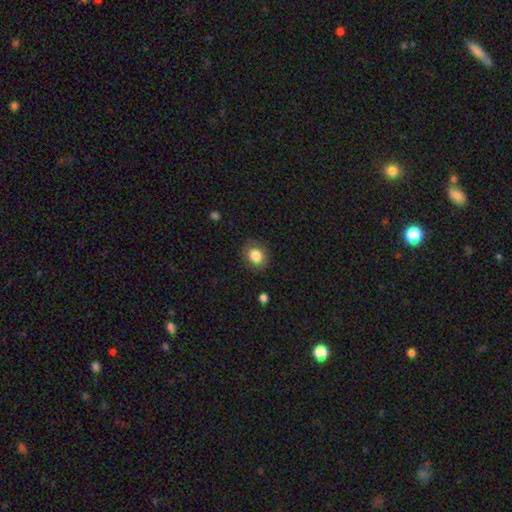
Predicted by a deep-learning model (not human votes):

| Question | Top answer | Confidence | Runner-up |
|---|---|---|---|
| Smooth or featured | smooth | 84% | star or artifact (9%) |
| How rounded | round | 70% | in between (30%) |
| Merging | none | 83% | minor disturbance (12%) |